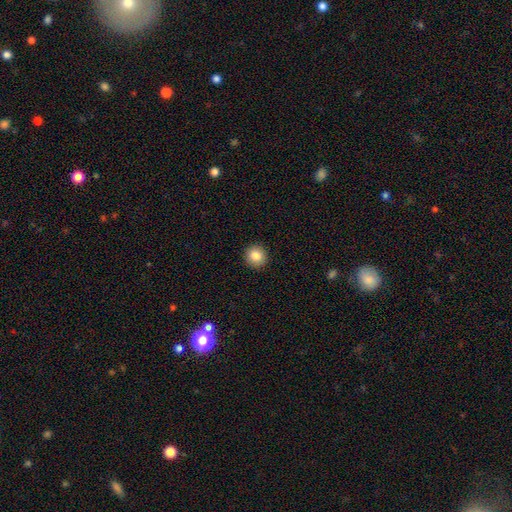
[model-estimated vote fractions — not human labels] smooth_or_featured: smooth (p=0.85) [alt: star or artifact p=0.09]
how_rounded: round (p=0.92) [alt: in between p=0.07]
merging: none (p=0.92) [alt: minor disturbance p=0.05]